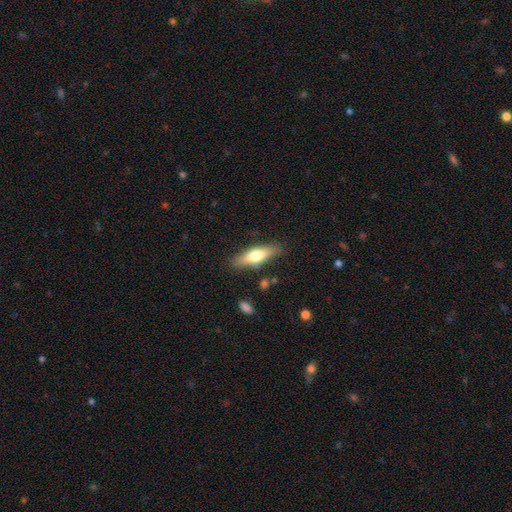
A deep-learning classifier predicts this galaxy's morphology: Smooth or featured?
  - smooth: 57% *
  - featured or disk: 37%
  - star or artifact: 6%
How rounded?
  - cigar-shaped: 57% *
  - in between: 40%
  - round: 2%
Merging?
  - none: 84% *
  - minor disturbance: 11%
  - major disturbance: 3%
  - merger: 2%